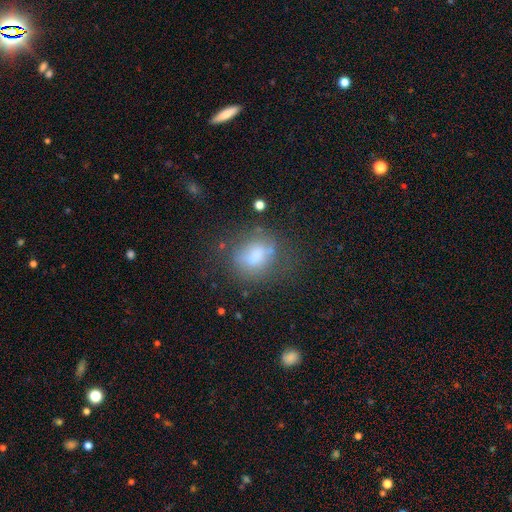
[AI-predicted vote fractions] This appears to be a smooth galaxy with no disk features (63%) that is in between round and cigar-shaped (53%). Merging: none (51%).